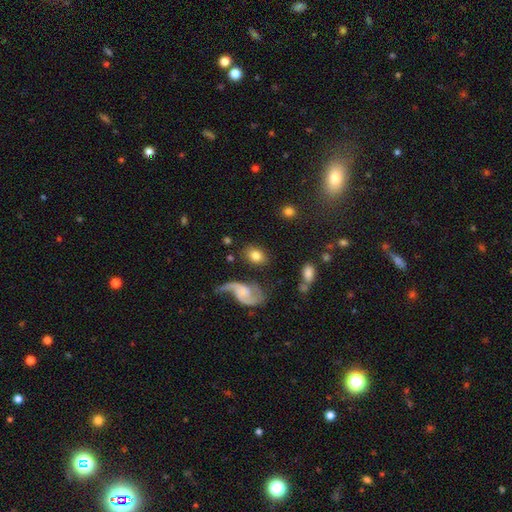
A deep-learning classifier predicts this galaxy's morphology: This is likely a smooth galaxy (72%). How rounded: likely in between (72%). Merging: likely none (75%).